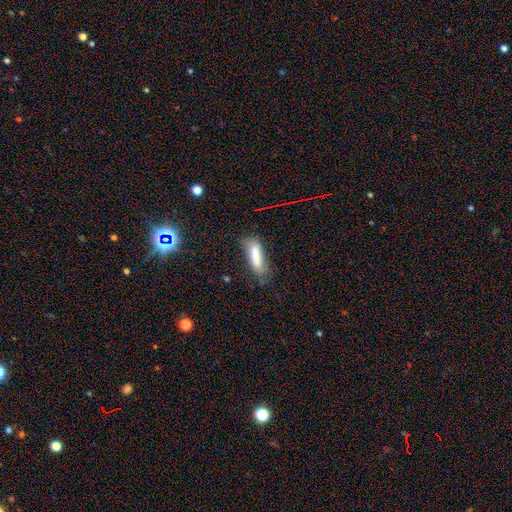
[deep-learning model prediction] smooth 73%, featured or disk 18%, star or artifact 9%. Down the decision tree: how rounded — cigar-shaped (61%); merging — none (53%).